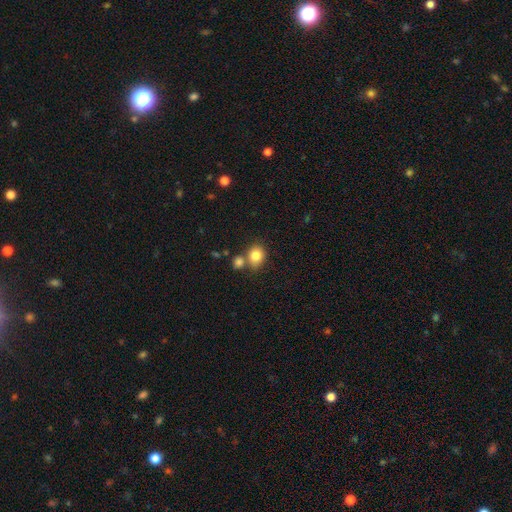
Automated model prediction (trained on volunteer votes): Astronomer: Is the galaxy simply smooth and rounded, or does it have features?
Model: smooth — 82%.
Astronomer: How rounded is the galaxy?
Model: round — 62%.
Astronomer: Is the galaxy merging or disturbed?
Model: none — 61%.